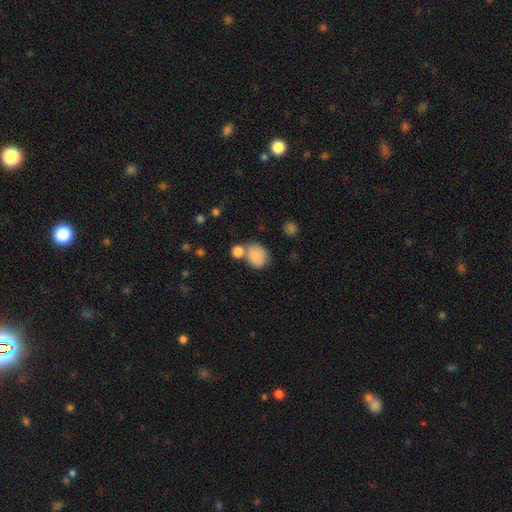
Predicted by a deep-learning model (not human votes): Smooth or featured?
  - smooth: 84% *
  - star or artifact: 8%
  - featured or disk: 8%
How rounded?
  - round: 55% *
  - in between: 44%
  - cigar-shaped: 1%
Merging?
  - none: 49% *
  - merger: 32%
  - minor disturbance: 14%
  - major disturbance: 5%